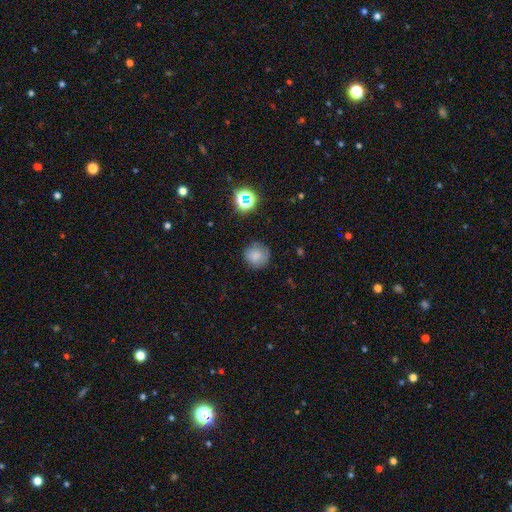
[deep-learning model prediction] Q: Smooth or featured?
A: smooth (80%); runner-up: star or artifact (13%)
Q: How rounded?
A: round (91%); runner-up: in between (8%)
Q: Merging?
A: none (81%); runner-up: minor disturbance (13%)